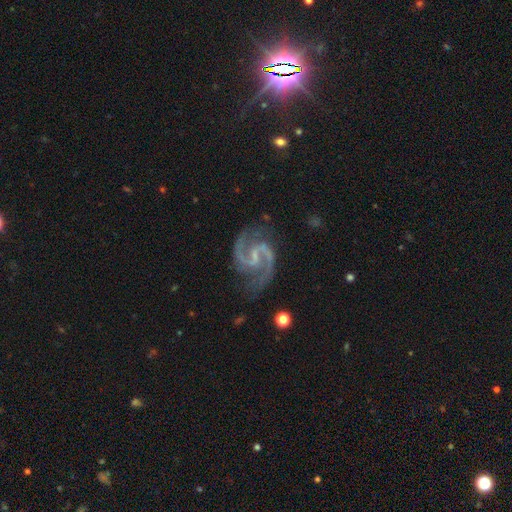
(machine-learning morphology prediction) Smooth or featured? Predicted: featured or disk (p=0.94). Edge-on disk? Predicted: no (p=0.99). Bar? Predicted: weak (p=0.53). Spiral arms? Predicted: yes (p=0.99). Spiral winding? Predicted: medium (p=0.64). Spiral arm count? Predicted: 2 (p=0.94). Bulge size? Predicted: small (p=0.50). Merging? Predicted: none (p=0.74).